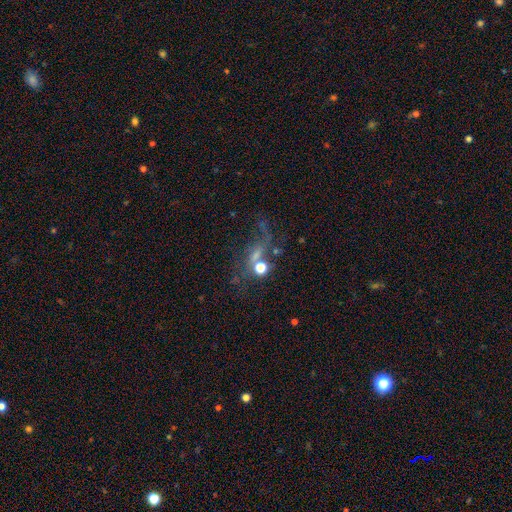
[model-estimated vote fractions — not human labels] A star or artifact, not a galaxy (39%).